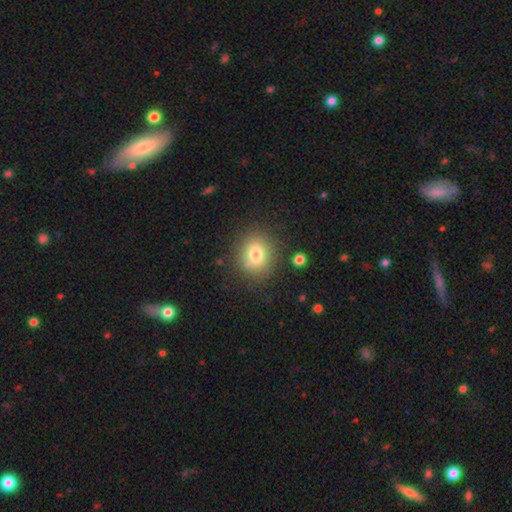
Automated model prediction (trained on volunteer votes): This appears to be a smooth galaxy with no disk features (74%) that is round (67%). Merging: none (85%).